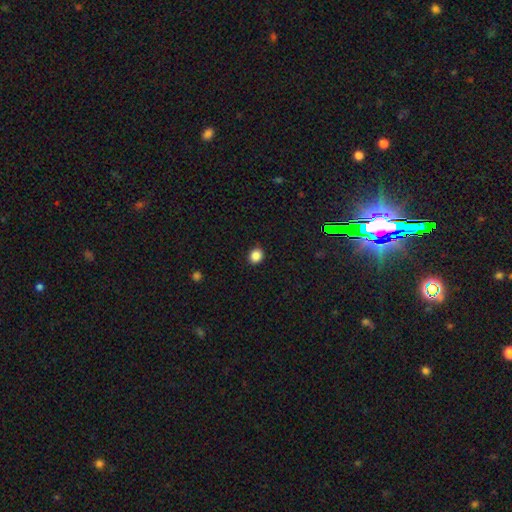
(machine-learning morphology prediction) type=smooth (87%); roundness=round (68%); merging=none (89%).